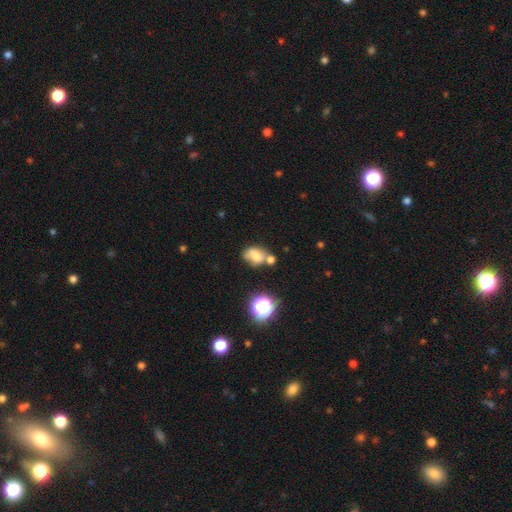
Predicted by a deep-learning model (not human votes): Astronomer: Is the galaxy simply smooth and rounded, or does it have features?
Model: smooth — 60%.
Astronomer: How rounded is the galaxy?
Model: in between — 72%.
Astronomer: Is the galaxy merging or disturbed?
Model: none — 43% (runner-up: merger, 24%).